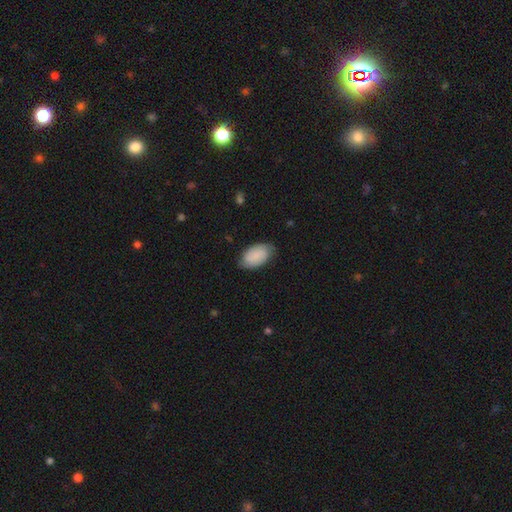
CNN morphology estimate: This is likely a smooth galaxy (73%). How rounded: clearly in between (94%). Merging: likely none (76%).